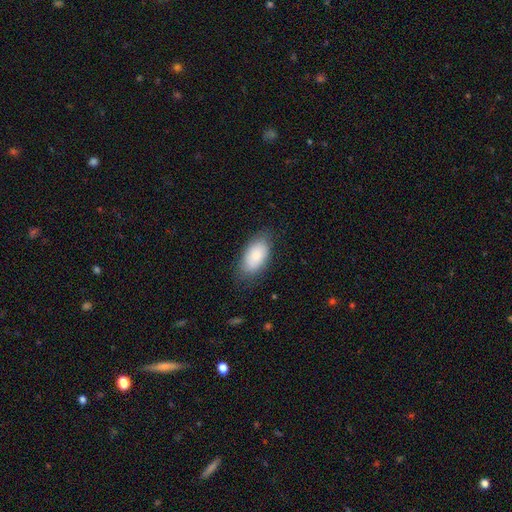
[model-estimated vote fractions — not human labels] The model was most divided on "merging": none: 77%, minor disturbance: 17%, major disturbance: 5%, merger: 1%. More confident: how rounded — in between (94%); smooth or featured — smooth (83%).